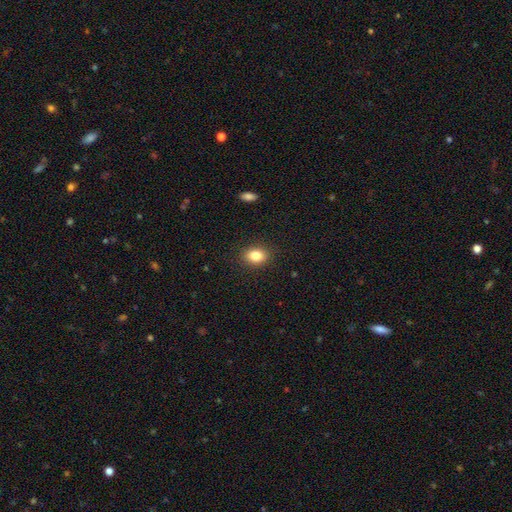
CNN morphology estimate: A smooth galaxy with no disk features (85%) that is in between round and cigar-shaped (67%). Merging: none (88%).